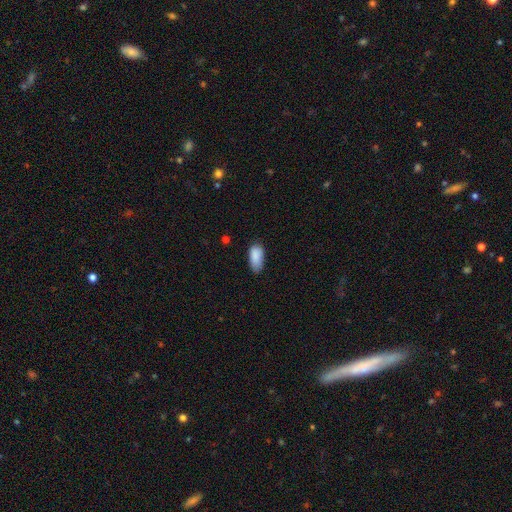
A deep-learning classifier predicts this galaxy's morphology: type=smooth (88%); roundness=in between (91%); merging=none (62%).